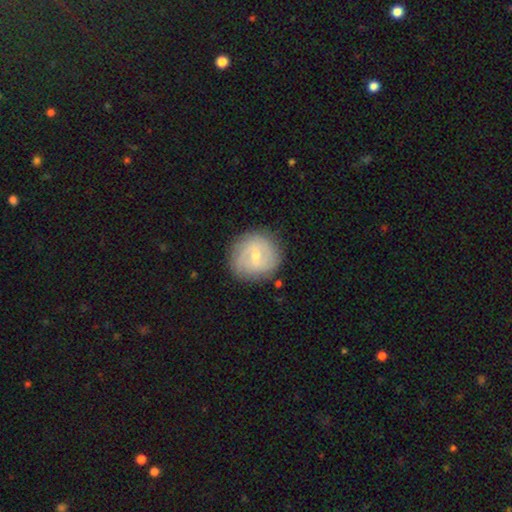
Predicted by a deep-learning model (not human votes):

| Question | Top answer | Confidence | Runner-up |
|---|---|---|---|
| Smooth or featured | featured or disk | 59% | smooth (35%) |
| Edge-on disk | no | 97% | yes (3%) |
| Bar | weak | 61% | no (25%) |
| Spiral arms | yes | 77% | no (23%) |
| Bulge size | small | 51% | moderate (45%) |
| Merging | none | 82% | minor disturbance (13%) |